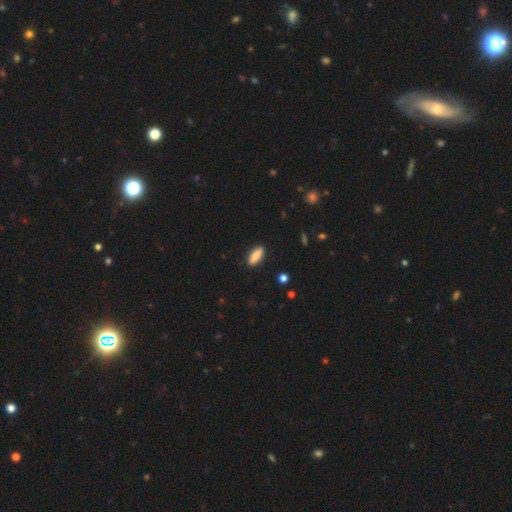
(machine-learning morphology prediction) A smooth galaxy with no disk features (84%) that is in between round and cigar-shaped (57%).

Vote fractions:
- Smooth or featured? smooth: 84% / featured or disk: 9% / star or artifact: 6%
- How rounded? in between: 57% / cigar-shaped: 41% / round: 2%
- Merging? none: 90% / minor disturbance: 7% / major disturbance: 2% / merger: 1%